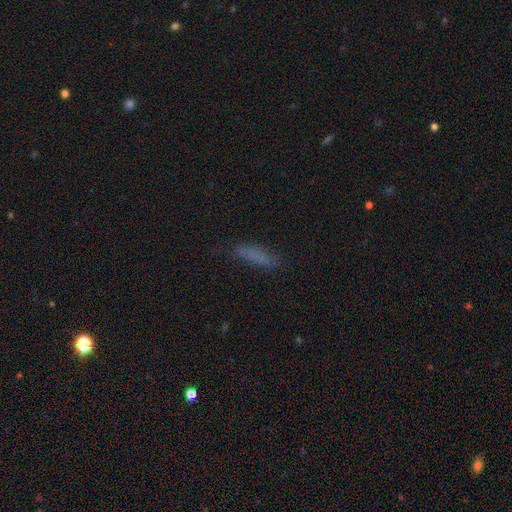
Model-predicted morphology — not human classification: This is likely a smooth galaxy (72%). How rounded: likely cigar-shaped (75%). Merging: likely none (74%).